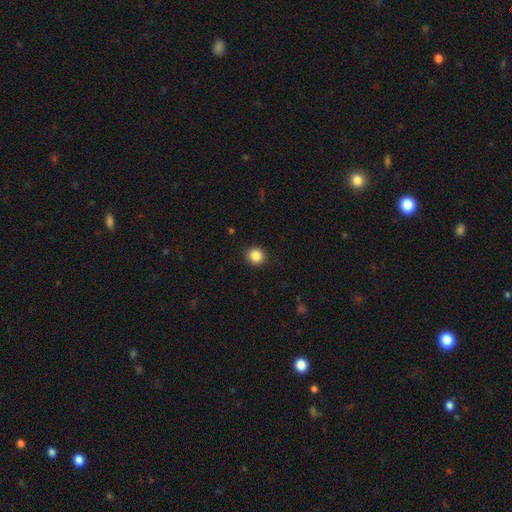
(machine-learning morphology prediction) The model was most divided on "smooth or featured": smooth: 86%, star or artifact: 10%, featured or disk: 4%. More confident: merging — none (92%); how rounded — round (89%).